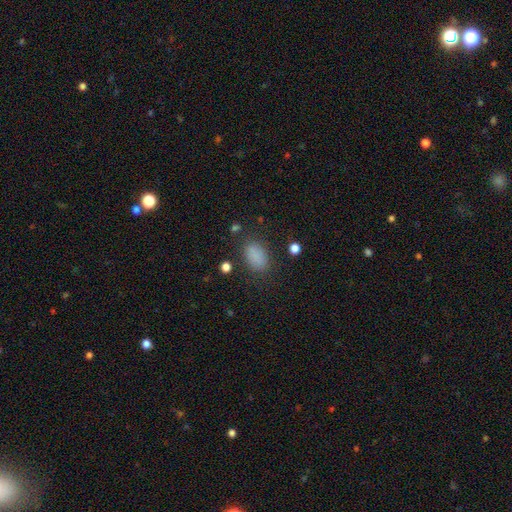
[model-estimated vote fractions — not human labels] The model was most divided on "merging": none: 78%, minor disturbance: 14%, major disturbance: 5%, merger: 2%. More confident: how rounded — in between (87%); smooth or featured — smooth (83%).